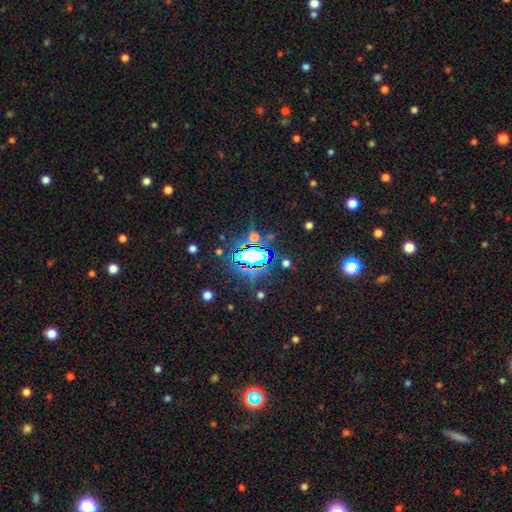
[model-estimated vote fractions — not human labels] Smooth or featured? Predicted: star or artifact (p=0.67).